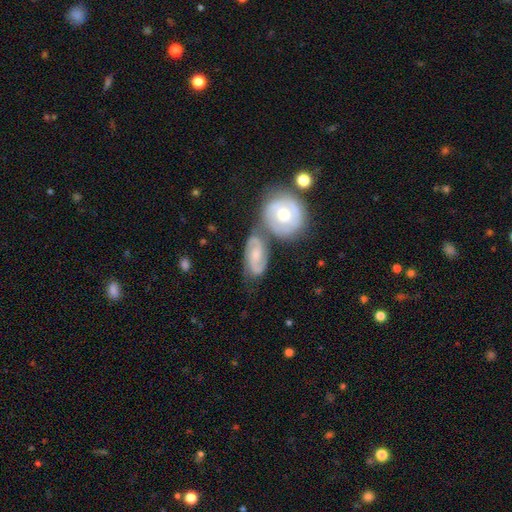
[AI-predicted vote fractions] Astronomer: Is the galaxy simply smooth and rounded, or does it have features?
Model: featured or disk — 78%.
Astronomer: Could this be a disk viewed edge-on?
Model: no — 96%.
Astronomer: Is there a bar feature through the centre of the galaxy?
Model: no — 48% (runner-up: weak, 41%).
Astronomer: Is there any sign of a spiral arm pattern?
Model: yes — 95%.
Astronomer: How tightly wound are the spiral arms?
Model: medium — 51% (runner-up: tight, 35%).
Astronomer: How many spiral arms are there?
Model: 2 — 88%.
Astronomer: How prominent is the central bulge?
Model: moderate — 50% (runner-up: small, 35%).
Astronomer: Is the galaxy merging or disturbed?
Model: none — 51% (runner-up: merger, 28%).